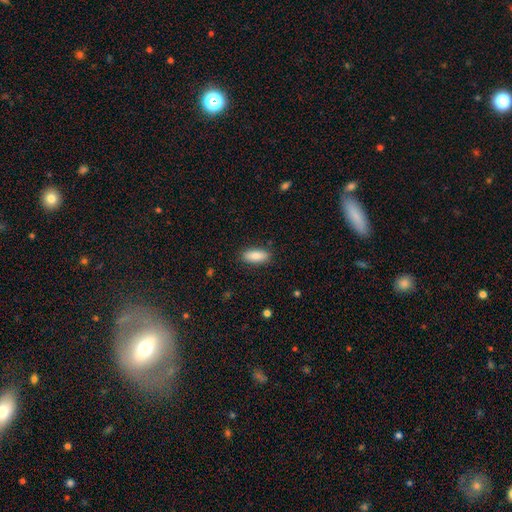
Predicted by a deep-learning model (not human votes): Smooth or featured? Predicted: smooth (p=0.85). How rounded? Predicted: in between (p=0.80). Merging? Predicted: none (p=0.88).